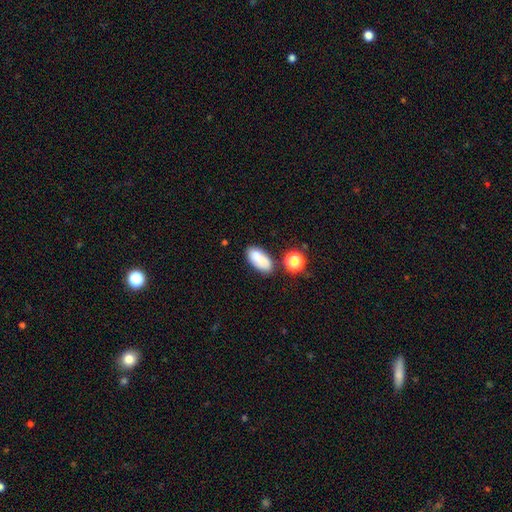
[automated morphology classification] smooth 80%, featured or disk 10%, star or artifact 10%. Down the decision tree: how rounded — in between (88%); merging — none (67%).